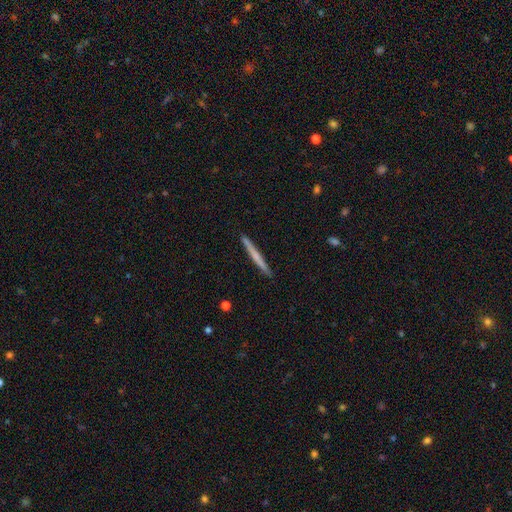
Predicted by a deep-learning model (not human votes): Smooth or featured? Predicted: featured or disk (p=0.48). Merging? Predicted: none (p=0.92).